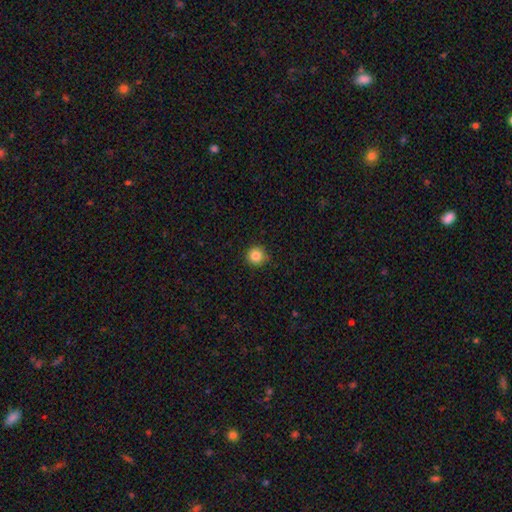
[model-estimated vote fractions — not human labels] Smooth or featured? Predicted: smooth (p=0.85). How rounded? Predicted: round (p=0.95). Merging? Predicted: none (p=0.89).